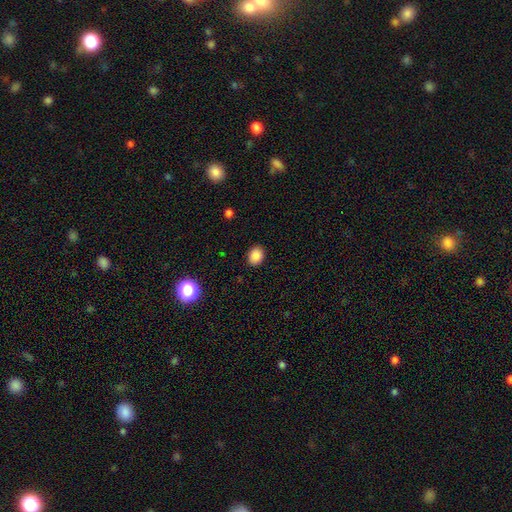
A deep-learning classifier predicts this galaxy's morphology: This is clearly a smooth galaxy (87%). How rounded: possibly round (51%). Merging: clearly none (88%).